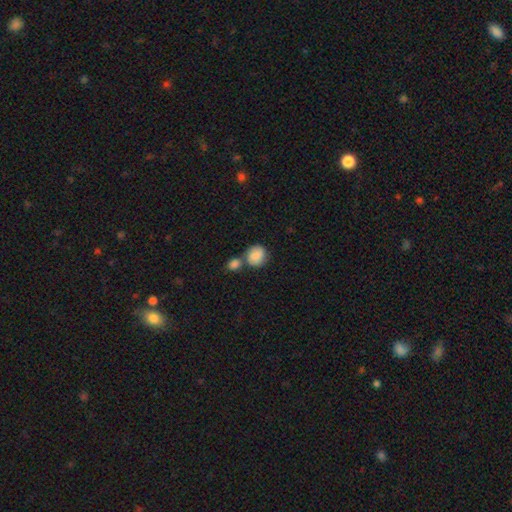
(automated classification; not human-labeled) The model was most divided on "merging": merger: 44%, none: 40%, minor disturbance: 12%, major disturbance: 5%. More confident: smooth or featured — smooth (84%); how rounded — round (76%).